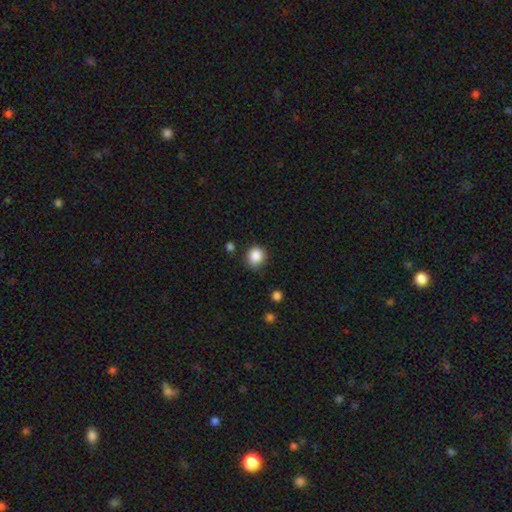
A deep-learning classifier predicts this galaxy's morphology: smooth-or-featured: smooth: 87% | star or artifact: 10% | featured or disk: 4%
  how-rounded: round: 86% | in between: 13% | cigar-shaped: 1%
  merging: none: 80% | minor disturbance: 14% | major disturbance: 3% | merger: 3%